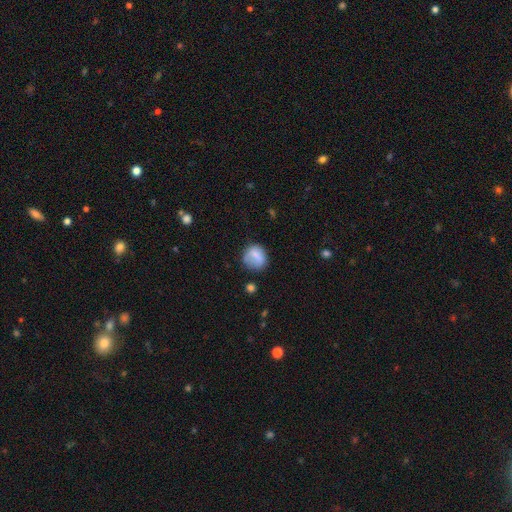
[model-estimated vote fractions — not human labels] The model was most divided on "merging": none: 59%, minor disturbance: 24%, major disturbance: 11%, merger: 7%. More confident: how rounded — round (76%); smooth or featured — smooth (71%).